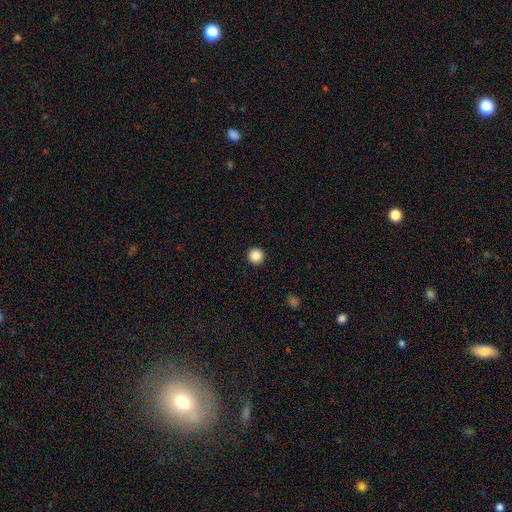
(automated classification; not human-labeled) Smooth or featured: smooth — 88% (star or artifact — 10%)
How rounded: round — 96% (in between — 3%)
Merging: none — 94% (minor disturbance — 4%)